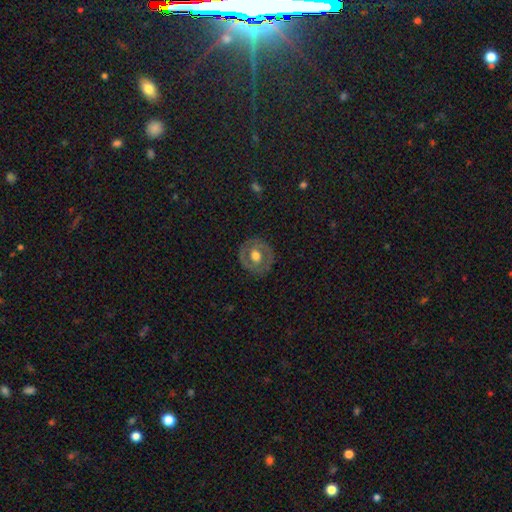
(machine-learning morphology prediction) Smooth or featured? featured or disk (56%)
Edge-on disk? no (95%)
Bar? no (63%)
Spiral arms? no (67%)
Bulge size? moderate (64%)
Merging? none (83%)